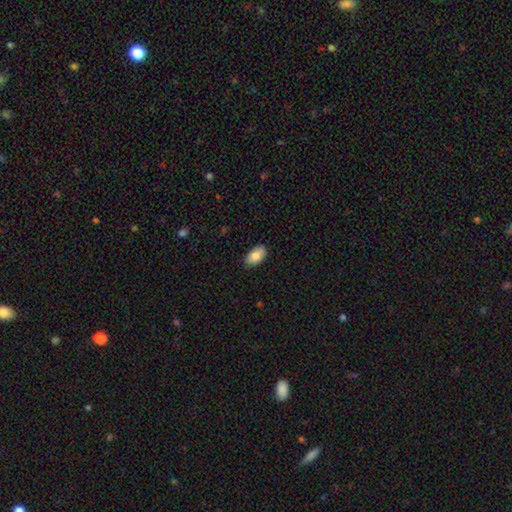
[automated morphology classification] Smooth or featured?
  - smooth: 85% *
  - featured or disk: 9%
  - star or artifact: 7%
How rounded?
  - in between: 94% *
  - round: 4%
  - cigar-shaped: 1%
Merging?
  - none: 84% *
  - minor disturbance: 13%
  - major disturbance: 2%
  - merger: 1%